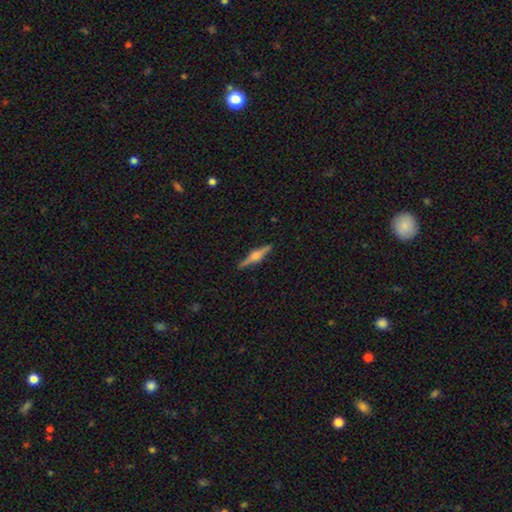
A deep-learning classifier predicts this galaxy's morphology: Smooth or featured? featured or disk (72%)
Edge-on disk? yes (98%)
Edge-on bulge? rounded (82%)
Merging? none (90%)